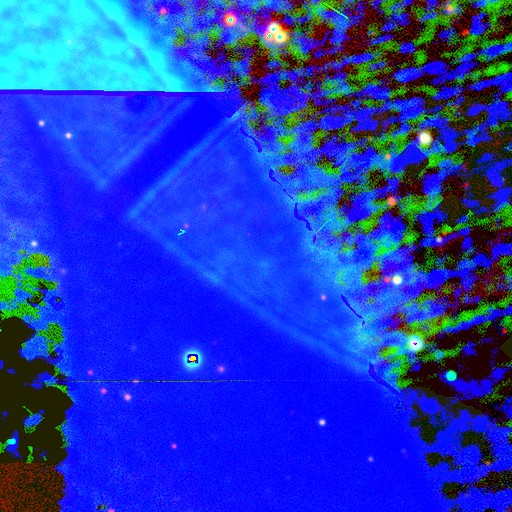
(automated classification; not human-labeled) Smooth or featured: star or artifact — 84% (featured or disk — 9%)